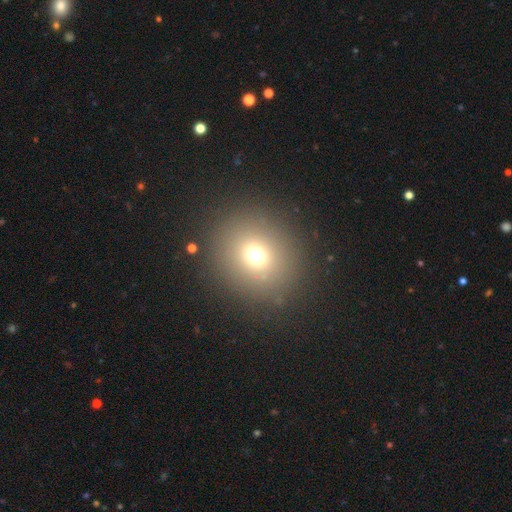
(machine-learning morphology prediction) A smooth galaxy with no disk features (68%) that is round (82%). Merging: none (86%).